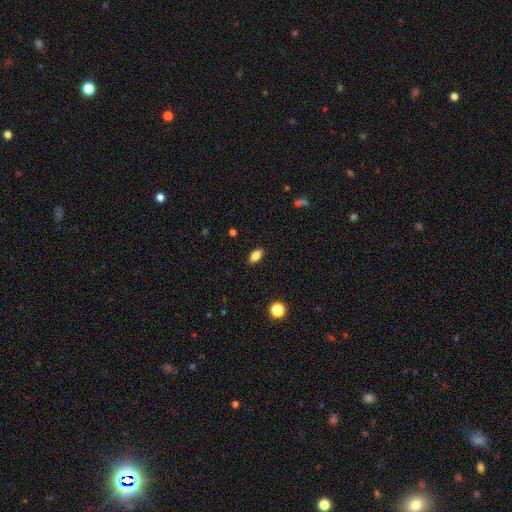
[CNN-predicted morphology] Smooth or featured: smooth — 82% (star or artifact — 9%)
How rounded: in between — 88% (round — 6%)
Merging: none — 88% (minor disturbance — 8%)